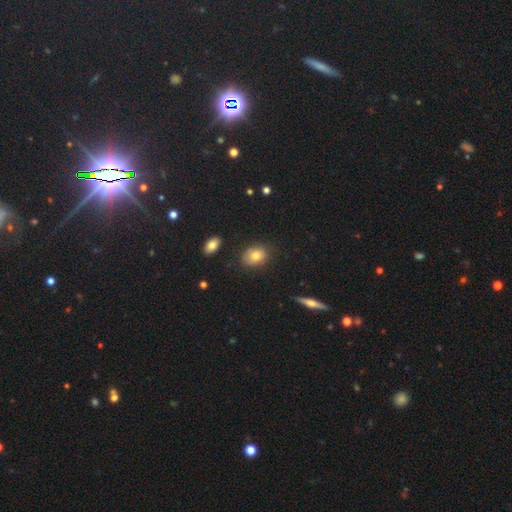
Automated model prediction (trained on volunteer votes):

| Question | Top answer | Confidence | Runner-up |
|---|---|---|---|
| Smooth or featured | smooth | 78% | featured or disk (12%) |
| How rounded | in between | 72% | round (26%) |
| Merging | none | 80% | minor disturbance (14%) |